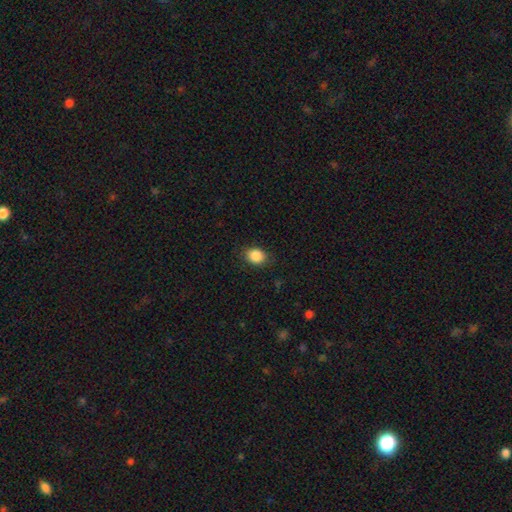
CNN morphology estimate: The model was most divided on "how rounded": round: 50%, in between: 49%, cigar-shaped: 1%. More confident: smooth or featured — smooth (87%); merging — none (85%).